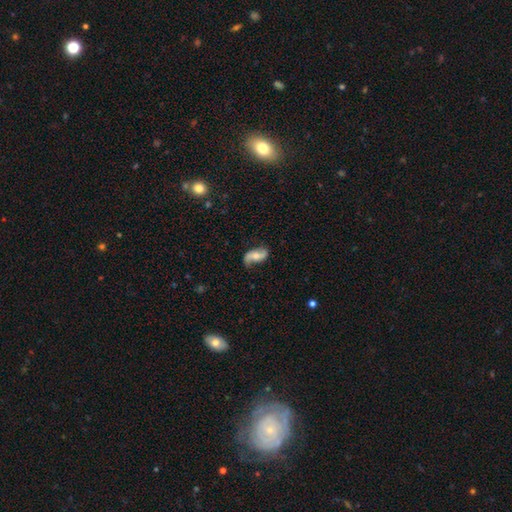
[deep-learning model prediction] Smooth or featured?
  - featured or disk: 68% *
  - smooth: 25%
  - star or artifact: 7%
Edge-on disk?
  - no: 94% *
  - yes: 6%
Bar?
  - no: 56% *
  - weak: 29%
  - strong: 15%
Spiral arms?
  - yes: 90% *
  - no: 10%
Spiral winding?
  - loose: 74% *
  - medium: 18%
  - tight: 8%
Spiral arm count?
  - 2: 90% *
  - can't tell: 4%
  - 1: 3%
  - 3: 1%
  - 4: 1%
  - more than 4: 1%
Bulge size?
  - moderate: 58% *
  - small: 32%
  - large: 5%
  - none: 3%
  - dominant: 1%
Merging?
  - none: 73% *
  - minor disturbance: 19%
  - major disturbance: 7%
  - merger: 2%